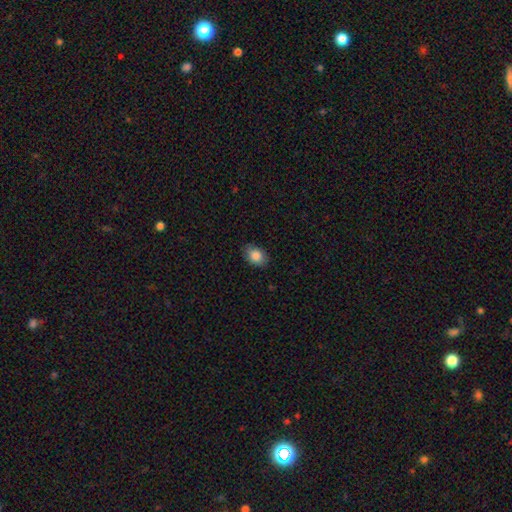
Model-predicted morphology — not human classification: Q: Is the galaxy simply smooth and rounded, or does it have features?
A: smooth — 85%.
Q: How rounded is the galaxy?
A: in between — 79%.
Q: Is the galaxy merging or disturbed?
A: none — 85%.